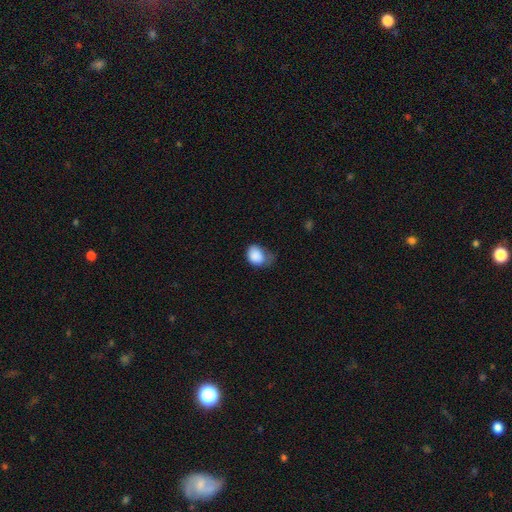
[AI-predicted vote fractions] smooth_or_featured: smooth (p=0.87) [alt: star or artifact p=0.08]
how_rounded: in between (p=0.60) [alt: round p=0.39]
merging: minor disturbance (p=0.43) [alt: none p=0.31]